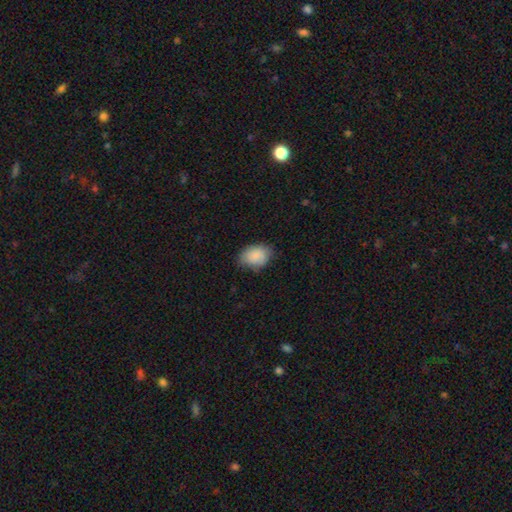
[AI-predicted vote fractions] smooth_or_featured: smooth (p=0.88) [alt: star or artifact p=0.07]
how_rounded: in between (p=0.76) [alt: round p=0.23]
merging: none (p=0.71) [alt: minor disturbance p=0.24]